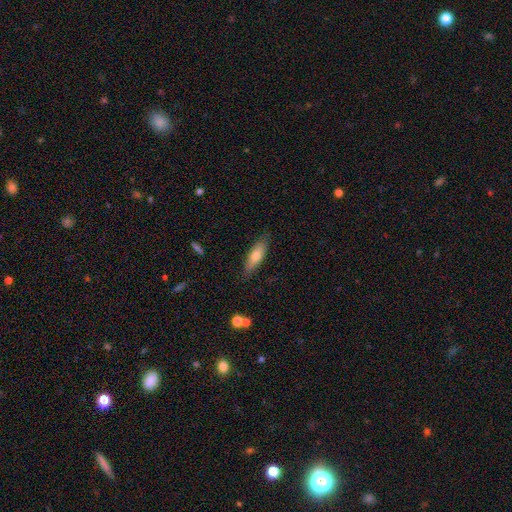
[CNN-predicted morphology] The model was most divided on "how rounded": in between: 51%, cigar-shaped: 47%, round: 2%. More confident: merging — none (81%); smooth or featured — smooth (67%).